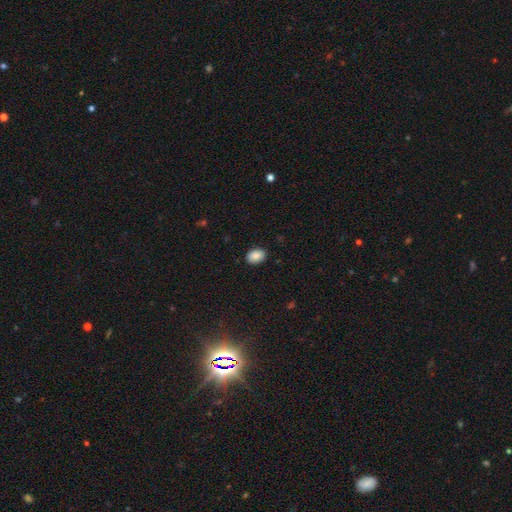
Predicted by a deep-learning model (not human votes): Smooth or featured: smooth — 88% (star or artifact — 7%)
How rounded: in between — 79% (round — 20%)
Merging: none — 88% (minor disturbance — 9%)